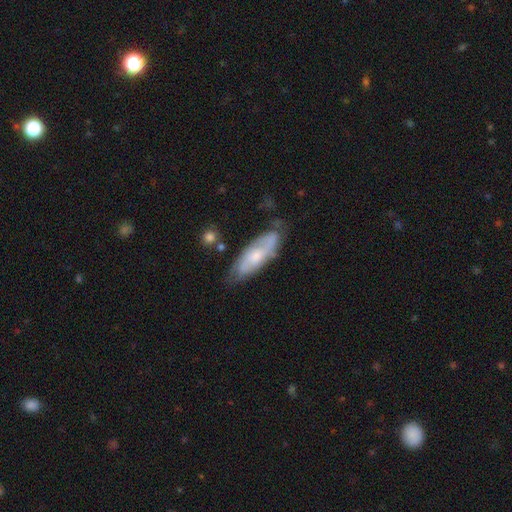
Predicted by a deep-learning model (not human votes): Smooth or featured? featured or disk (61%)
Edge-on disk? no (80%)
Merging? none (66%)